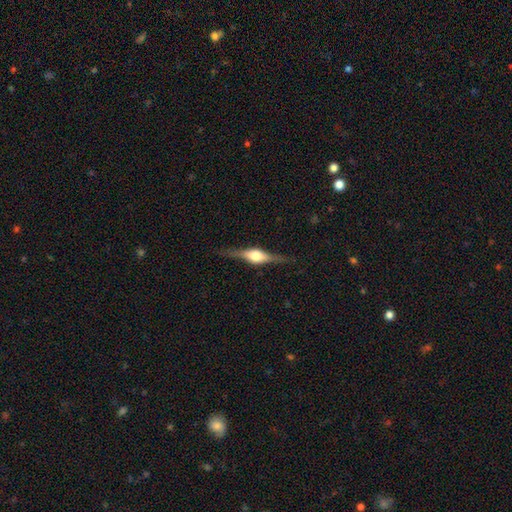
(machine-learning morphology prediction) This is likely a featured or disk galaxy (80%). It is clearly viewed edge-on (97%). Edge-on bulge: clearly rounded (90%). Merging: clearly none (86%).